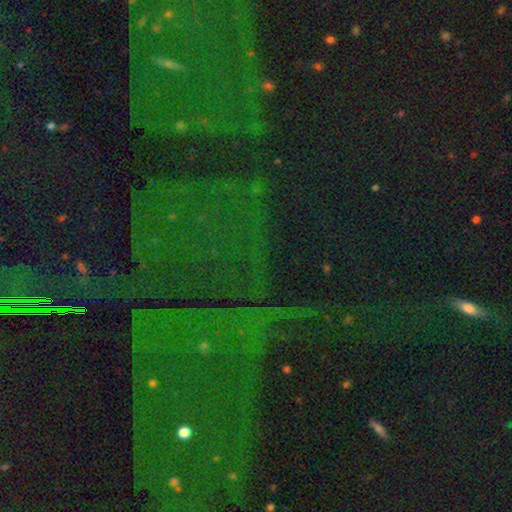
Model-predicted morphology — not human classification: type=star or artifact (83%).